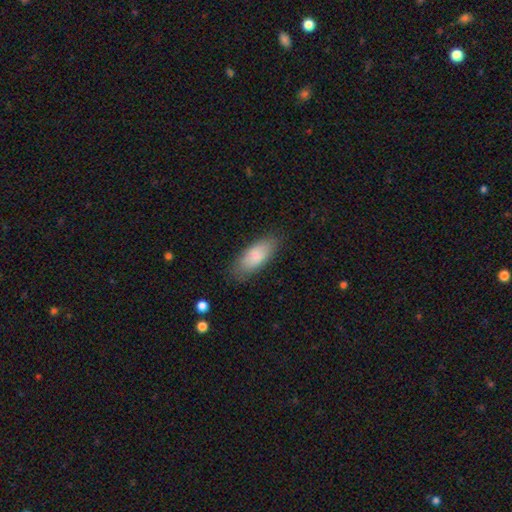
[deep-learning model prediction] Smooth or featured? smooth (84%)
How rounded? in between (80%)
Merging? none (80%)